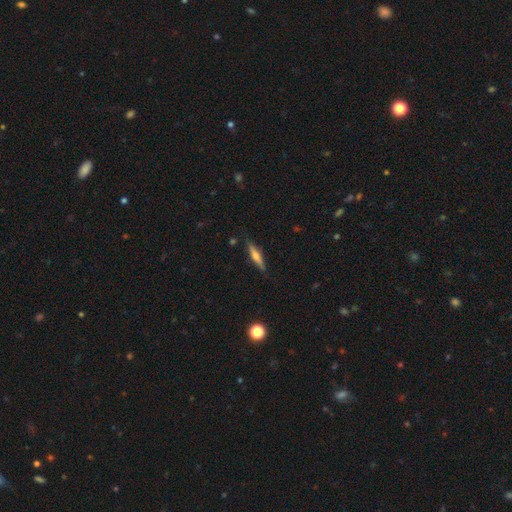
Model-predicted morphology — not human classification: smooth_or_featured: featured or disk (p=0.51) [alt: smooth p=0.42]
disk_edge_on: yes (p=0.95) [alt: no p=0.05]
merging: none (p=0.87) [alt: minor disturbance p=0.10]